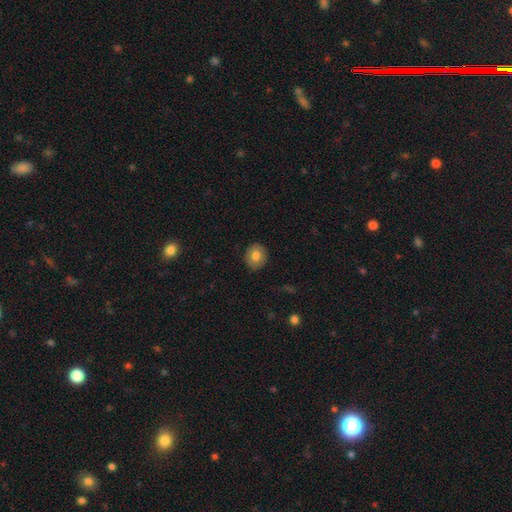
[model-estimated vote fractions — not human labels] Morphology: type=smooth (78%); roundness=round (73%); merging=none (89%).